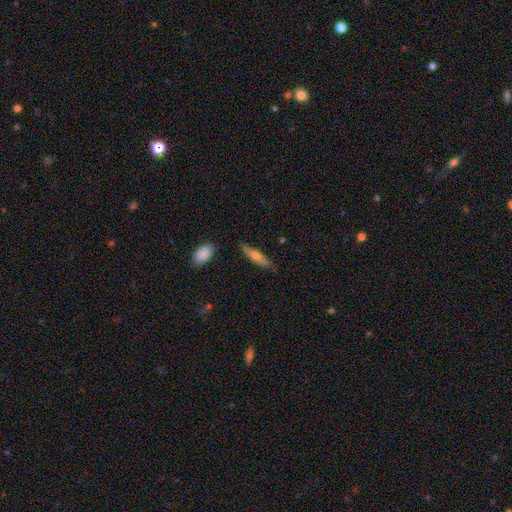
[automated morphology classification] Smooth or featured: smooth — 56% (featured or disk — 37%)
How rounded: cigar-shaped — 76% (in between — 22%)
Merging: none — 79% (minor disturbance — 16%)